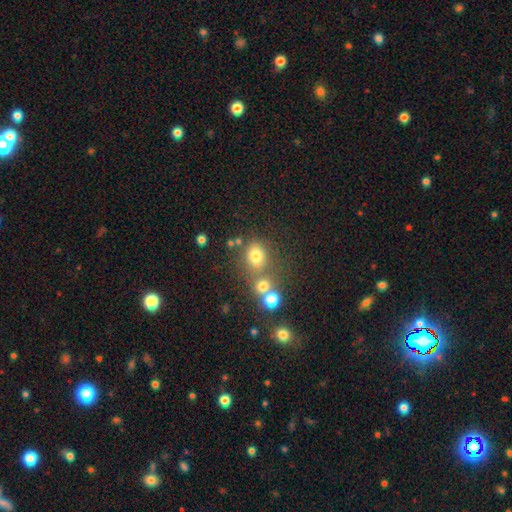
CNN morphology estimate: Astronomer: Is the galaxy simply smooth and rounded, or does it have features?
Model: smooth — 72%.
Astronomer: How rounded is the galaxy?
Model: round — 60% (runner-up: in between, 39%).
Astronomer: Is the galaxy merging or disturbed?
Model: none — 58%.